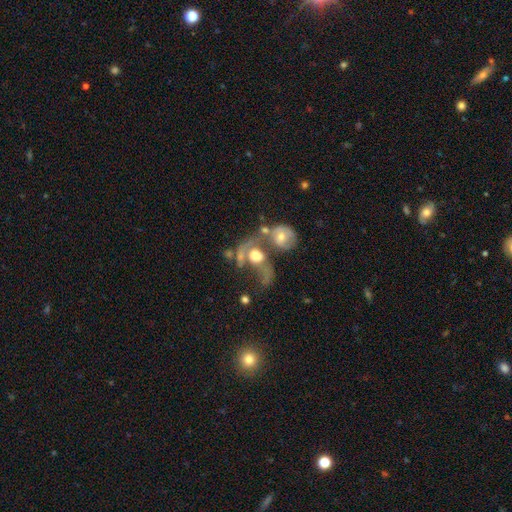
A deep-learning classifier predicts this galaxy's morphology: This is likely a featured or disk galaxy (63%). It is clearly not viewed edge-on (95%). Bar: likely no (72%). Spiral arm pattern: likely yes (65%). Central bulge: marginally moderate (39%, tied with large). Merging: possibly merger (51%).